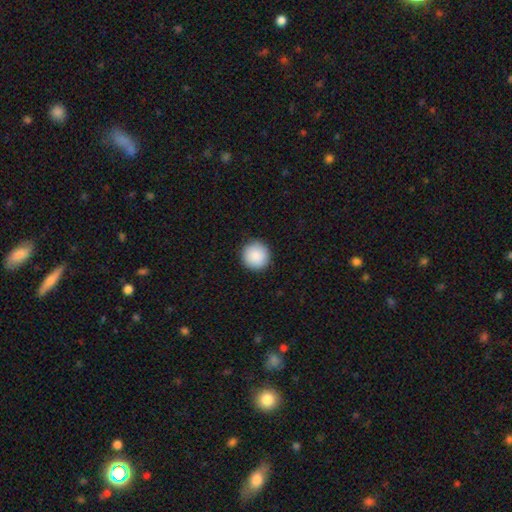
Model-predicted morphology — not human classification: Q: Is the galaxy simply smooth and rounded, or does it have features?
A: smooth — 89%.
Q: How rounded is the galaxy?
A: round — 96%.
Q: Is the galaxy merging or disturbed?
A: none — 92%.